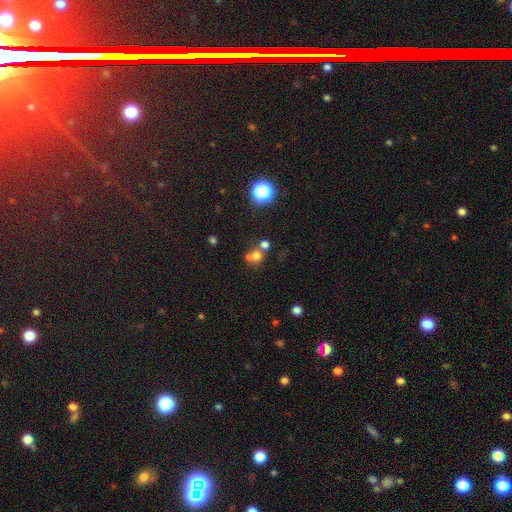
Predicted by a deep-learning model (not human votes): smooth-or-featured: smooth: 63% | star or artifact: 22% | featured or disk: 14%
  how-rounded: round: 83% | in between: 16% | cigar-shaped: 1%
  merging: merger: 45% (tied) | none: 45% (tied) | minor disturbance: 7% | major disturbance: 4%